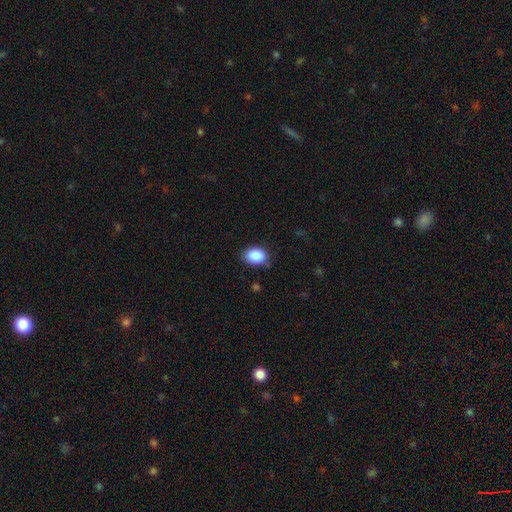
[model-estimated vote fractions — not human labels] This appears to be a smooth galaxy with no disk features (88%) that is in between round and cigar-shaped (74%). Merging: none (81%).